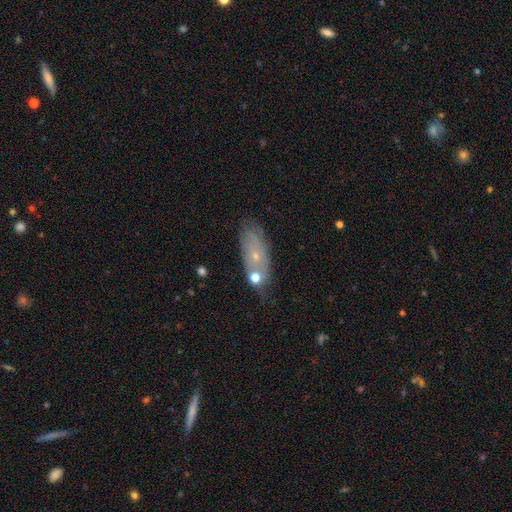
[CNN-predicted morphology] This appears to be a smooth galaxy with no disk features (46%). Merging: none (65%).